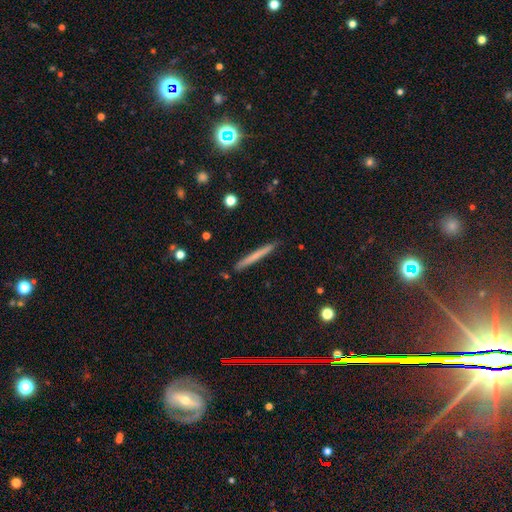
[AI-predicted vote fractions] This is possibly a smooth galaxy (60%). How rounded: clearly cigar-shaped (97%). Merging: clearly none (90%).